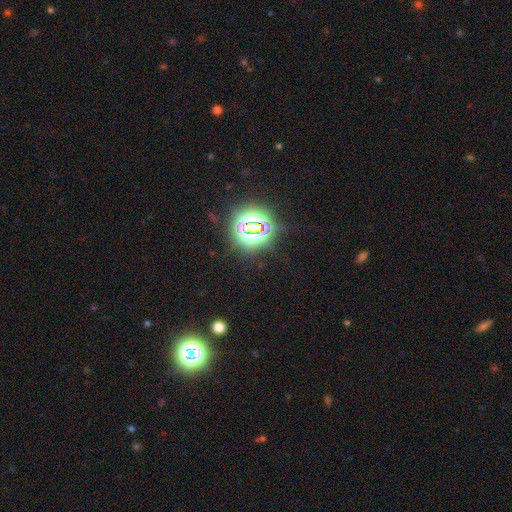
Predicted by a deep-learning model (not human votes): smooth_or_featured: star or artifact (p=0.80) [alt: smooth p=0.14]